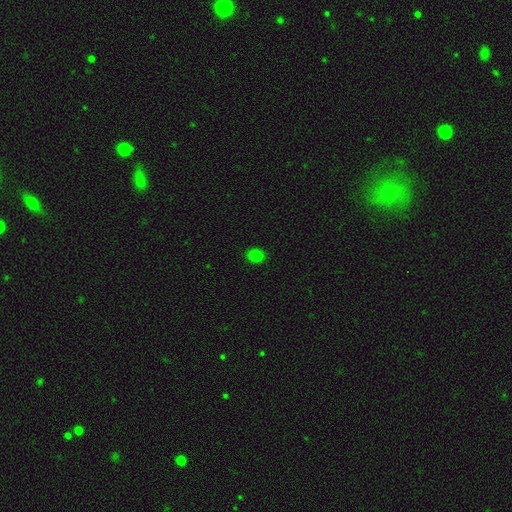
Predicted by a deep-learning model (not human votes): smooth_or_featured: smooth (p=0.81) [alt: star or artifact p=0.16]
how_rounded: round (p=0.54) [alt: in between p=0.45]
merging: none (p=0.88) [alt: minor disturbance p=0.09]